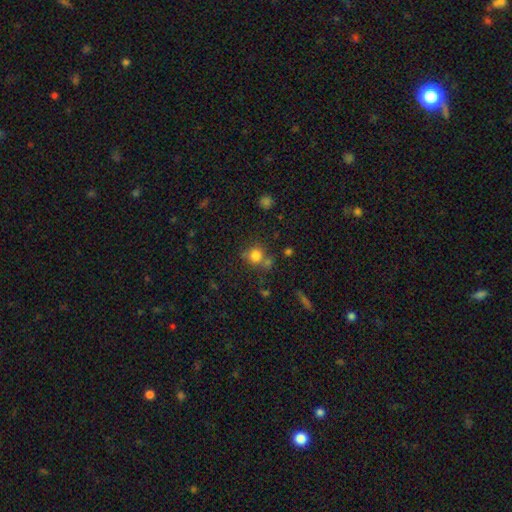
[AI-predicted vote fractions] This is likely a smooth galaxy (78%). How rounded: clearly round (87%). Merging: likely none (63%).